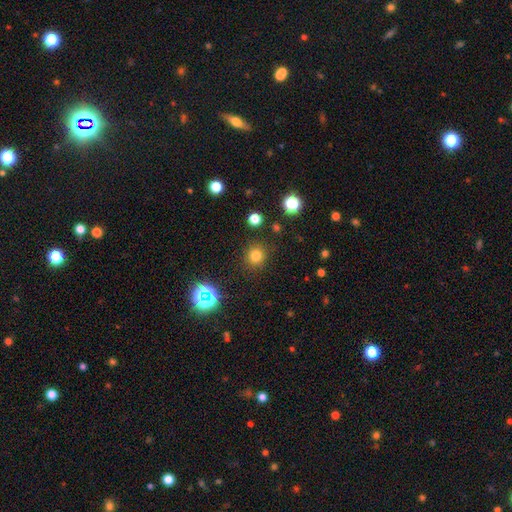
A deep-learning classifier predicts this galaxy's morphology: smooth 77%, star or artifact 17%, featured or disk 5%. Down the decision tree: how rounded — round (92%); merging — none (88%).